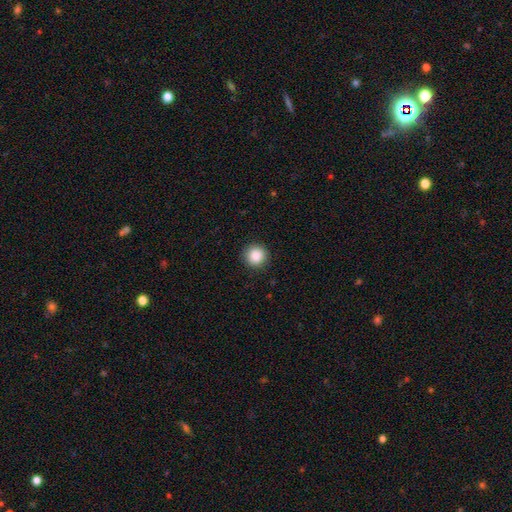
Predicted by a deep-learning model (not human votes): smooth_or_featured: smooth (p=0.88) [alt: star or artifact p=0.09]
how_rounded: round (p=0.95) [alt: in between p=0.04]
merging: none (p=0.91) [alt: minor disturbance p=0.06]